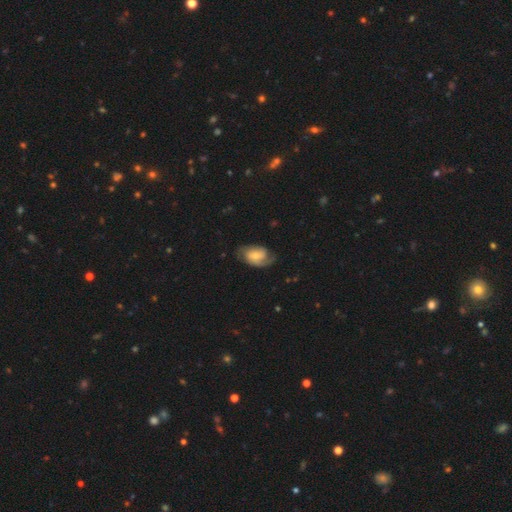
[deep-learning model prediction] Q: Smooth or featured?
A: featured or disk (67%); runner-up: smooth (27%)
Q: Edge-on disk?
A: no (96%); runner-up: yes (4%)
Q: Bar?
A: no (59%); runner-up: weak (33%)
Q: Spiral arms?
A: yes (91%); runner-up: no (9%)
Q: Spiral winding?
A: medium (44%); runner-up: tight (33%)
Q: Spiral arm count?
A: 2 (70%); runner-up: can't tell (13%)
Q: Bulge size?
A: small (53%); runner-up: moderate (34%)
Q: Merging?
A: none (64%); runner-up: minor disturbance (22%)